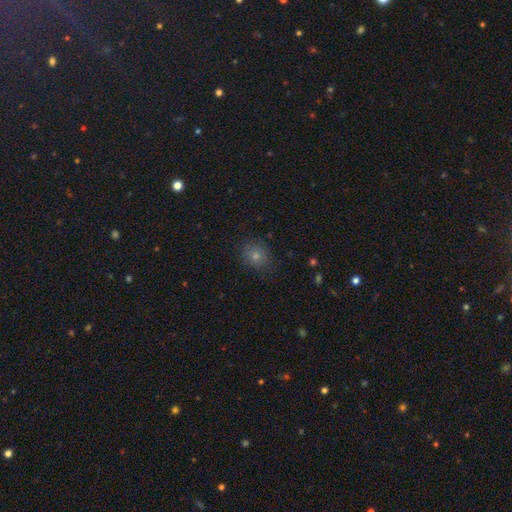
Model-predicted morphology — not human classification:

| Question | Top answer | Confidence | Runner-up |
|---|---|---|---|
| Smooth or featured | smooth | 69% | star or artifact (22%) |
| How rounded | round | 71% | in between (28%) |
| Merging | none | 83% | minor disturbance (12%) |